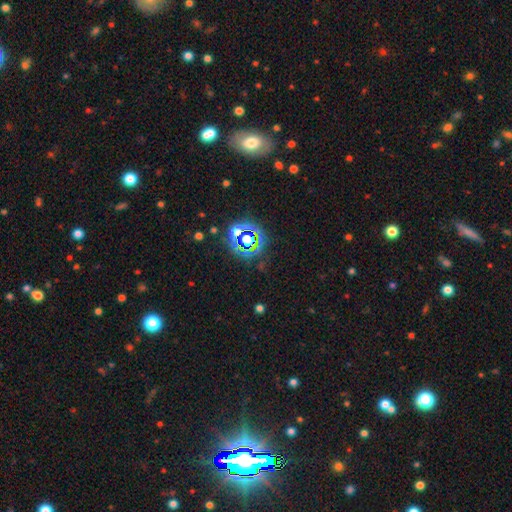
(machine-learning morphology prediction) Smooth or featured?
  - star or artifact: 76% *
  - smooth: 14%
  - featured or disk: 10%